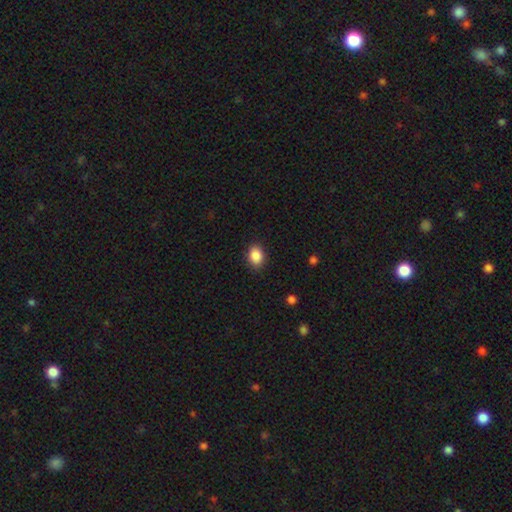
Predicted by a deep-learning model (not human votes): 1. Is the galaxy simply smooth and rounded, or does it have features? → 88% smooth, 8% star or artifact, 3% featured or disk.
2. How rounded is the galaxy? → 70% in between, 29% round, 1% cigar-shaped.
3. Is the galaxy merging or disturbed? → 87% none, 10% minor disturbance, 2% major disturbance, 1% merger.